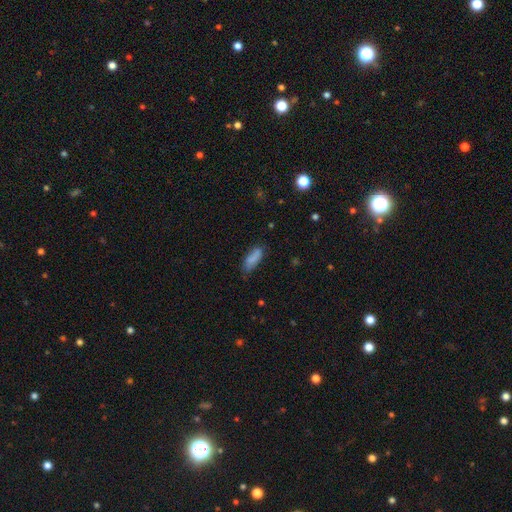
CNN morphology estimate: Q: Smooth or featured?
A: smooth (76%); runner-up: featured or disk (12%)
Q: How rounded?
A: in between (56%); runner-up: cigar-shaped (41%)
Q: Merging?
A: none (68%); runner-up: minor disturbance (22%)